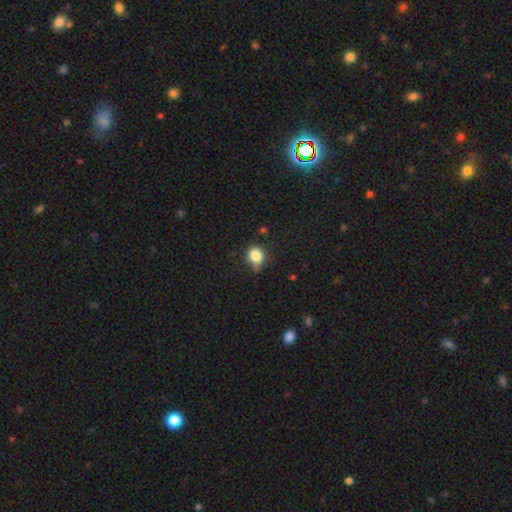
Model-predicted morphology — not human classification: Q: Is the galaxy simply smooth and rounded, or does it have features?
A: smooth — 82%.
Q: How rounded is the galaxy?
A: round — 69%.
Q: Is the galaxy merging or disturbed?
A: none — 54%.